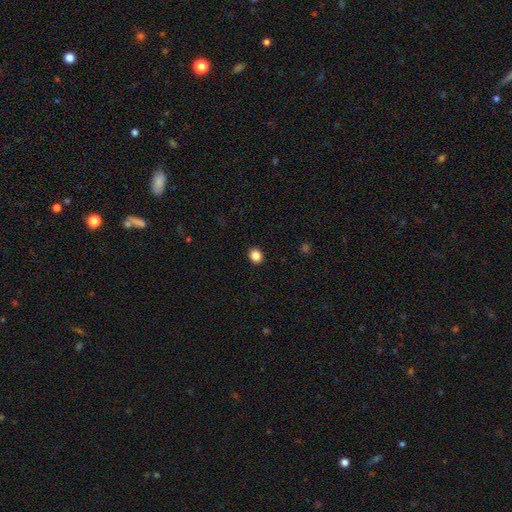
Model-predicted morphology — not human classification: A smooth galaxy with no disk features (85%) that is round (69%). Merging: none (92%).